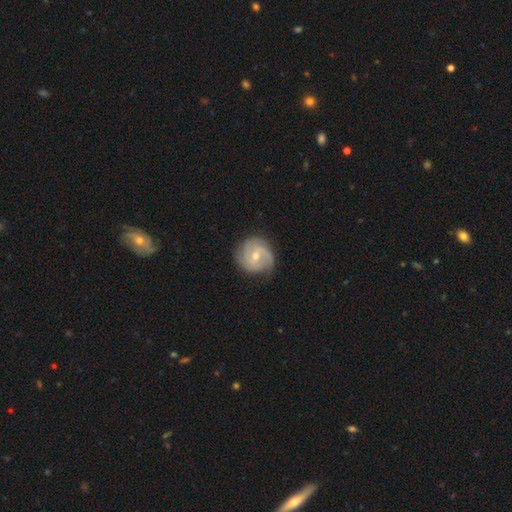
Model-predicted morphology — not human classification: Overall: featured or disk (75%). Edge-on disk: no (98%). Bar: weak (50%; no 40%). Spiral arms: yes (93%). Spiral arm count: 2 (46%; 3 23%). Spiral winding: tight (47%; medium 40%). Bulge size: moderate (54%; small 43%). Merging: none (75%).